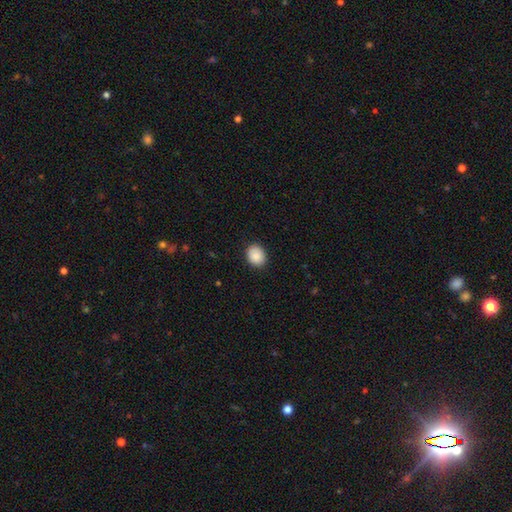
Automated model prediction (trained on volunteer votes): Q: Smooth or featured?
A: smooth (88%); runner-up: star or artifact (8%)
Q: How rounded?
A: round (57%); runner-up: in between (42%)
Q: Merging?
A: none (88%); runner-up: minor disturbance (9%)